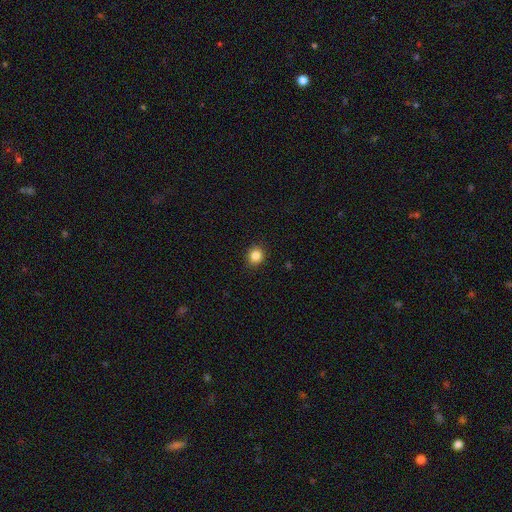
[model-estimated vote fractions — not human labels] Q: Smooth or featured?
A: smooth (86%); runner-up: star or artifact (11%)
Q: How rounded?
A: round (82%); runner-up: in between (17%)
Q: Merging?
A: none (90%); runner-up: minor disturbance (7%)